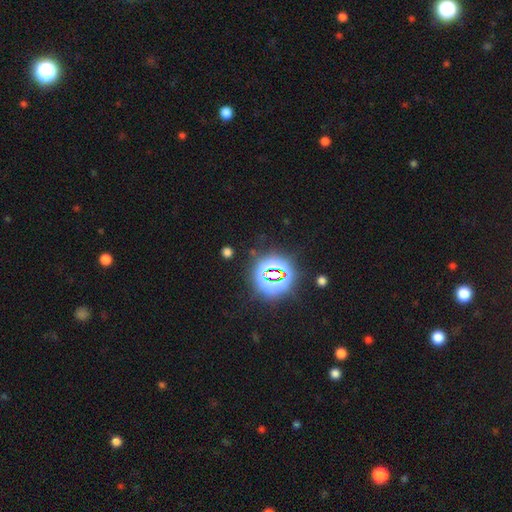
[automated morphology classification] The model was most divided on "smooth or featured": star or artifact: 82%, smooth: 11%, featured or disk: 7%.